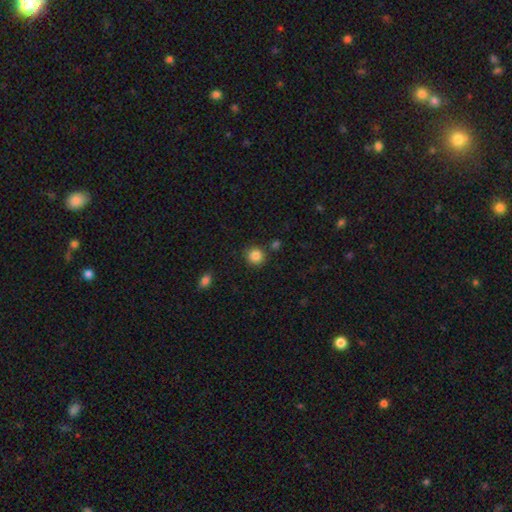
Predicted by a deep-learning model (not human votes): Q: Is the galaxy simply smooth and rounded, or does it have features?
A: smooth — 86%.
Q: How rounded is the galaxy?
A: round — 92%.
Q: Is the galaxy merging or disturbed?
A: none — 84%.